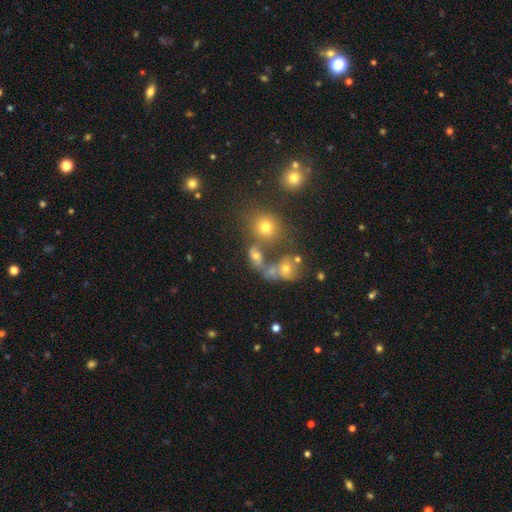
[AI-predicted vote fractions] smooth 62%, star or artifact 20%, featured or disk 18%. Down the decision tree: how rounded — in between (54%); merging — merger (39%).